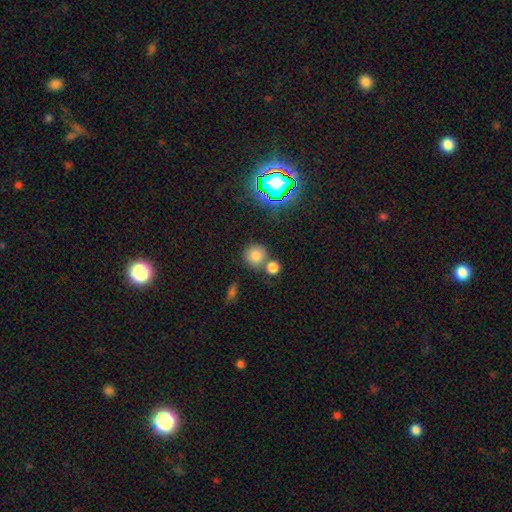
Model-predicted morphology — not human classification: smooth 76%, star or artifact 17%, featured or disk 8%. Down the decision tree: how rounded — round (90%); merging — none (63%).